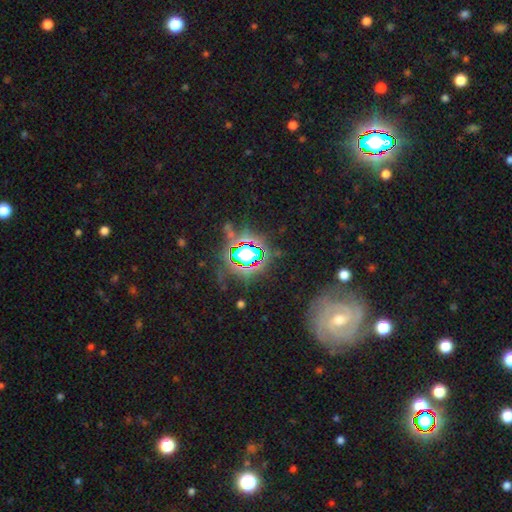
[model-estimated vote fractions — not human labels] A star or artifact, not a galaxy (70%).